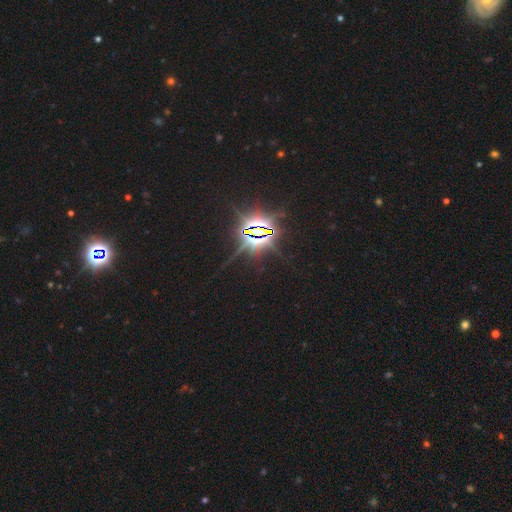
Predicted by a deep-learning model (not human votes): smooth_or_featured: star or artifact (p=0.86) [alt: smooth p=0.08]